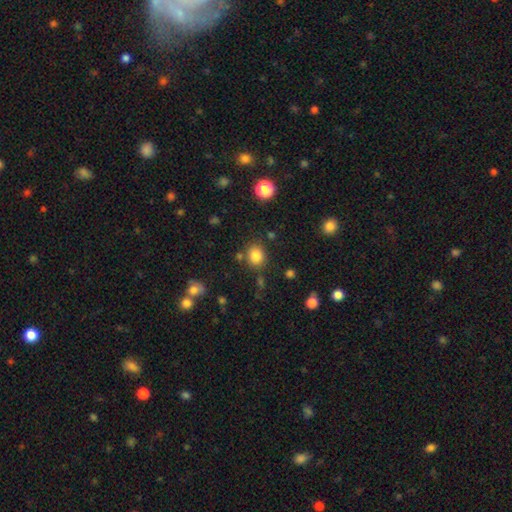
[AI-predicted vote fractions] Overall: smooth (83%). How rounded: round (75%). Merging: none (80%).